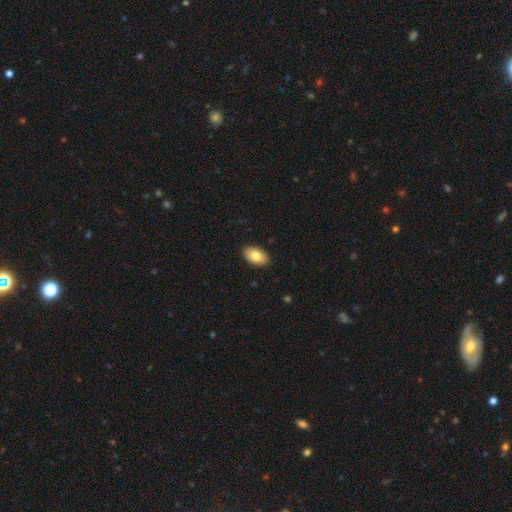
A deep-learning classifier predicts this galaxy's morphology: Smooth or featured: smooth — 81% (featured or disk — 12%)
How rounded: in between — 93% (round — 6%)
Merging: none — 89% (minor disturbance — 8%)